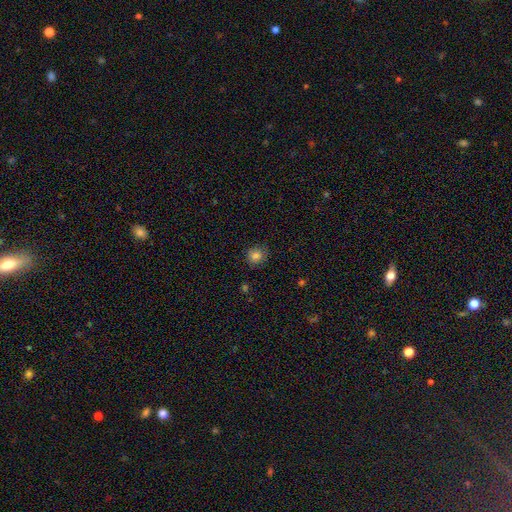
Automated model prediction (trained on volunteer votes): Q: Smooth or featured?
A: smooth (83%); runner-up: star or artifact (12%)
Q: How rounded?
A: round (85%); runner-up: in between (14%)
Q: Merging?
A: none (84%); runner-up: minor disturbance (12%)